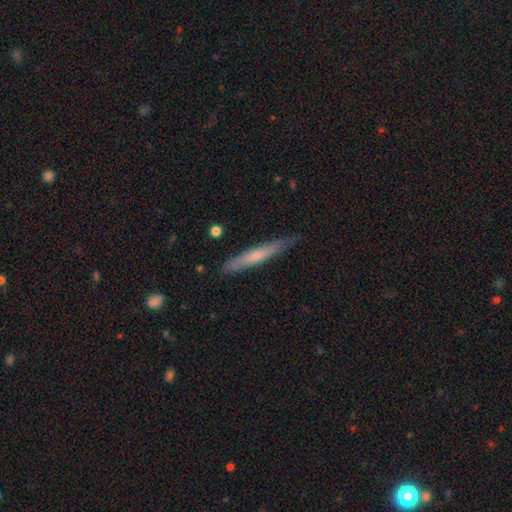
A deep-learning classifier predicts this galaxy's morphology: Overall: smooth (53%; featured or disk 42%). How rounded: cigar-shaped (95%). Merging: none (83%).